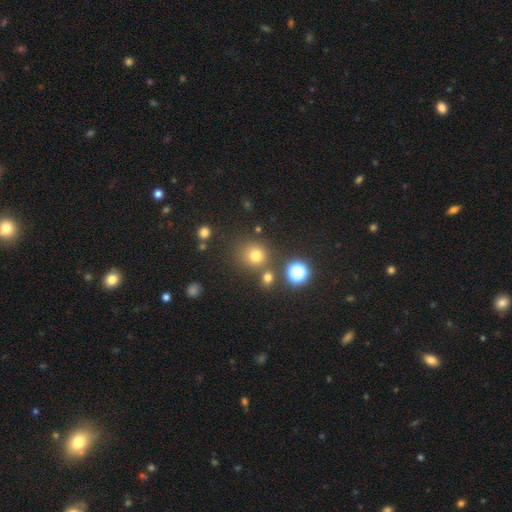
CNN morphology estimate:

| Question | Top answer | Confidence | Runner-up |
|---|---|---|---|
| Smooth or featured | smooth | 71% | star or artifact (21%) |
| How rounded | round | 89% | in between (10%) |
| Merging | none | 74% | merger (13%) |